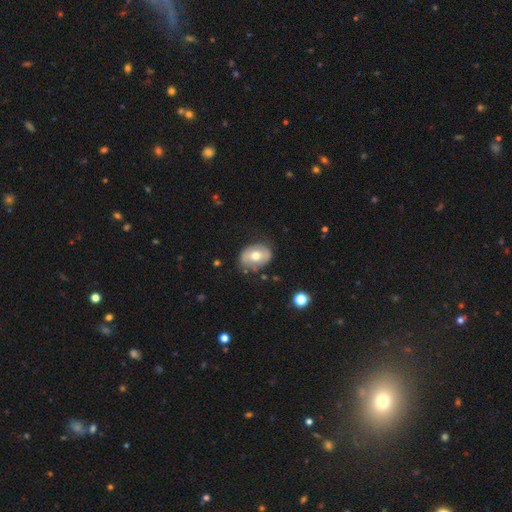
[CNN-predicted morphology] smooth_or_featured: smooth (p=0.51) [alt: featured or disk p=0.42]
how_rounded: in between (p=0.65) [alt: round p=0.34]
merging: none (p=0.74) [alt: minor disturbance p=0.19]